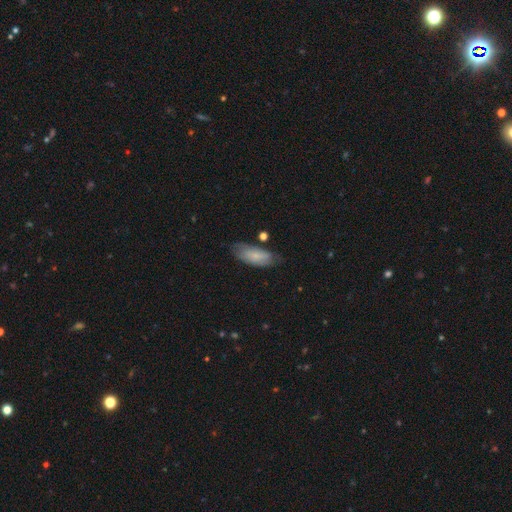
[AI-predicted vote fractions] A smooth galaxy with no disk features (66%) that is in between round and cigar-shaped (81%). Merging: none (65%).